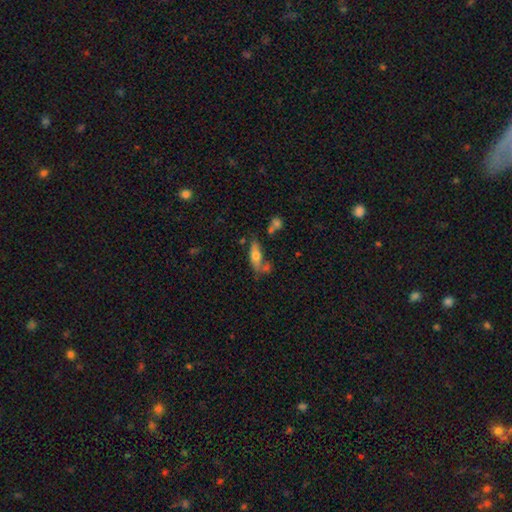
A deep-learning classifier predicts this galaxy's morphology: Overall: smooth (62%; featured or disk 30%). How rounded: in between (61%; cigar-shaped 35%). Merging: none (50%; merger 22%).